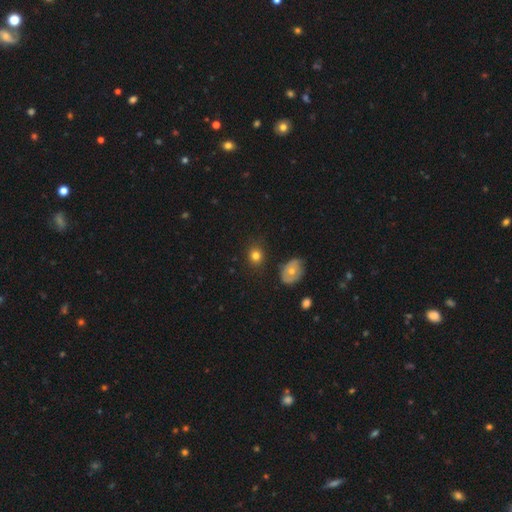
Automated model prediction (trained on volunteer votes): A smooth galaxy with no disk features (79%) that is round (67%).

Vote fractions:
- Smooth or featured? smooth: 79% / star or artifact: 12% / featured or disk: 9%
- How rounded? round: 67% / in between: 32% / cigar-shaped: 1%
- Merging? none: 82% / minor disturbance: 12% / major disturbance: 3% / merger: 3%